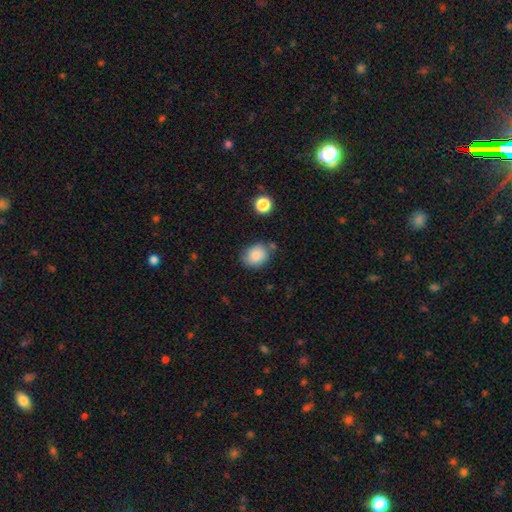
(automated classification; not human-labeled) A smooth galaxy with no disk features (85%) that is in between round and cigar-shaped (51%). Merging: none (72%).